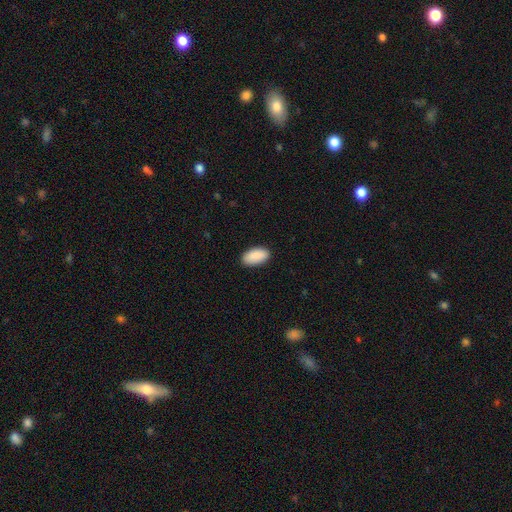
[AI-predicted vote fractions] The model was most divided on "merging": none: 89%, minor disturbance: 8%, major disturbance: 2%, merger: 1%. More confident: how rounded — in between (95%); smooth or featured — smooth (91%).